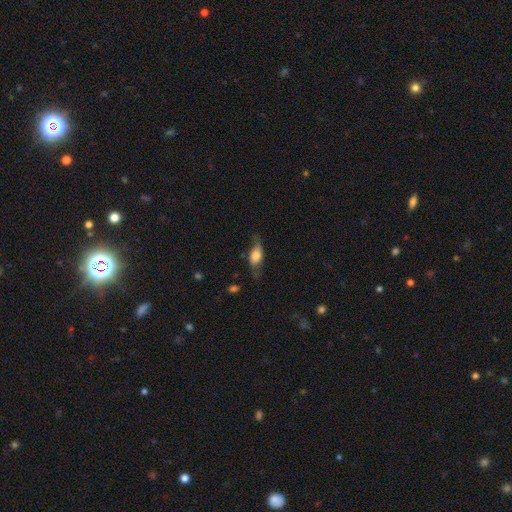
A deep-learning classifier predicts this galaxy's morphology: This is possibly a smooth galaxy (59%). How rounded: likely in between (78%). Merging: possibly none (57%).